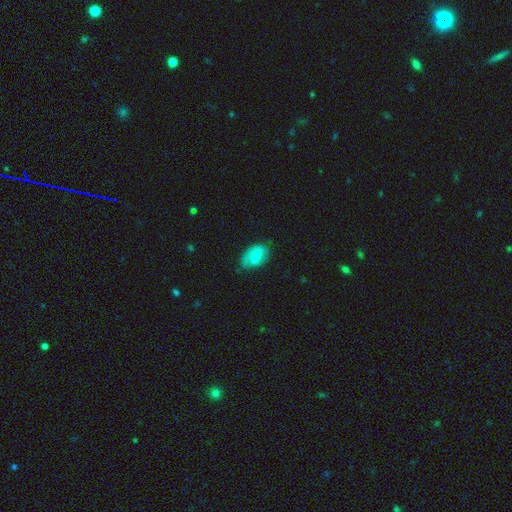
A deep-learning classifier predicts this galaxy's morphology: Q: Smooth or featured?
A: smooth (54%); runner-up: featured or disk (39%)
Q: How rounded?
A: in between (86%); runner-up: round (12%)
Q: Merging?
A: none (57%); runner-up: minor disturbance (31%)